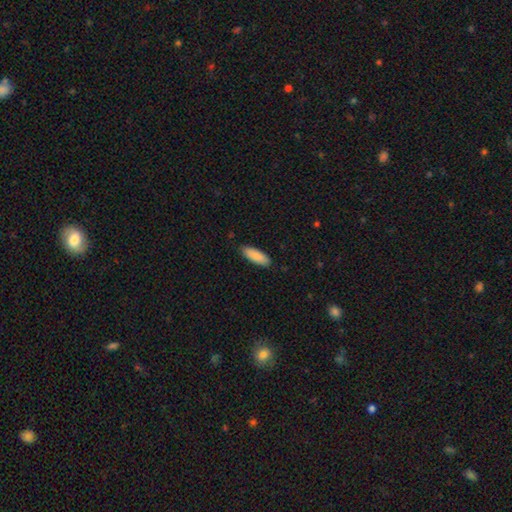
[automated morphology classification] smooth-or-featured: smooth: 88% | featured or disk: 7% | star or artifact: 5%
  how-rounded: in between: 63% | cigar-shaped: 36% | round: 1%
  merging: none: 87% | minor disturbance: 10% | major disturbance: 2% | merger: 1%